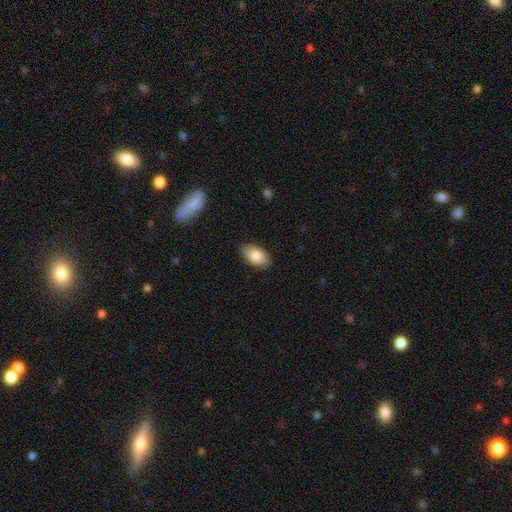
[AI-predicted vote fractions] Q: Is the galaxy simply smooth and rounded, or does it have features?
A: smooth — 84%.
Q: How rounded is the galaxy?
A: in between — 94%.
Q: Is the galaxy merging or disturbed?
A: none — 86%.